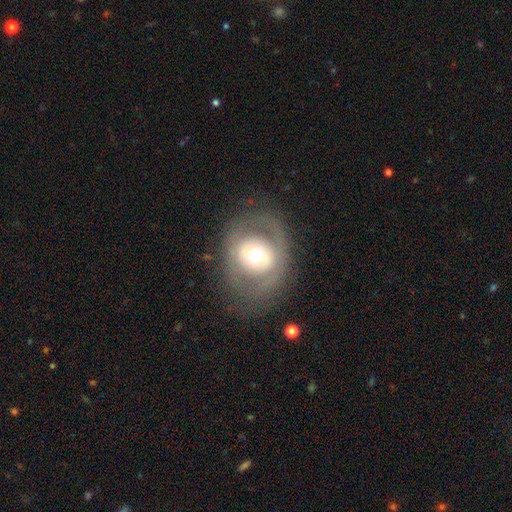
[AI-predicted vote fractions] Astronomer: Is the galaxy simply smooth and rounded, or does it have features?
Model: featured or disk — 47% (runner-up: smooth, 44%).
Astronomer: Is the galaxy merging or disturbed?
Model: none — 74%.